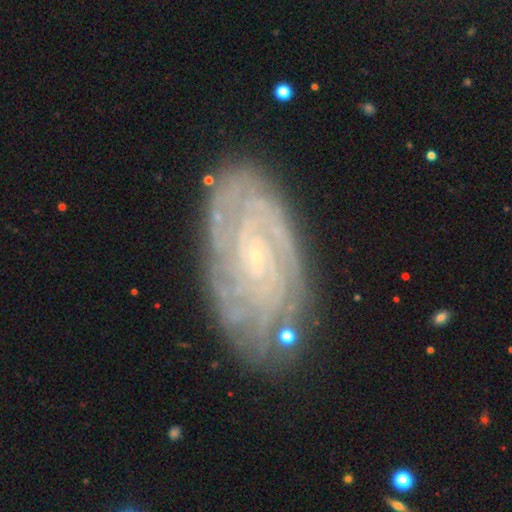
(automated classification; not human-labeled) The model was most divided on "spiral arm count": can't tell: 32%, 2: 18%, 4: 17%, 3: 15%, more than 4: 11%, 1: 7%. More confident: spiral arms — yes (96%); edge-on disk — no (95%); bulge size — small (85%); smooth or featured — featured or disk (85%); merging — none (80%); spiral winding — tight (79%); bar — no (64%).